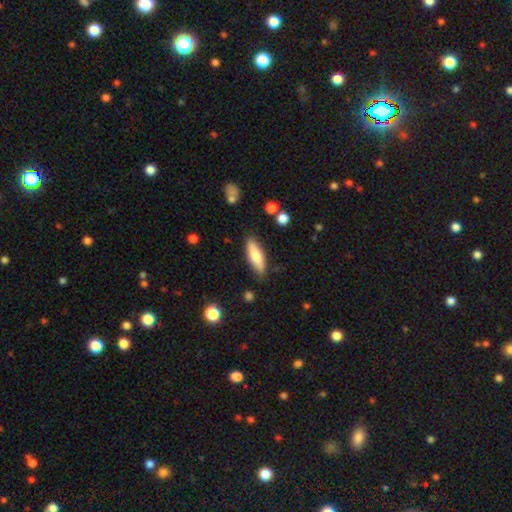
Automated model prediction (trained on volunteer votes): The model was most divided on "how rounded": cigar-shaped: 51%, in between: 47%, round: 2%. More confident: merging — none (84%); smooth or featured — smooth (72%).